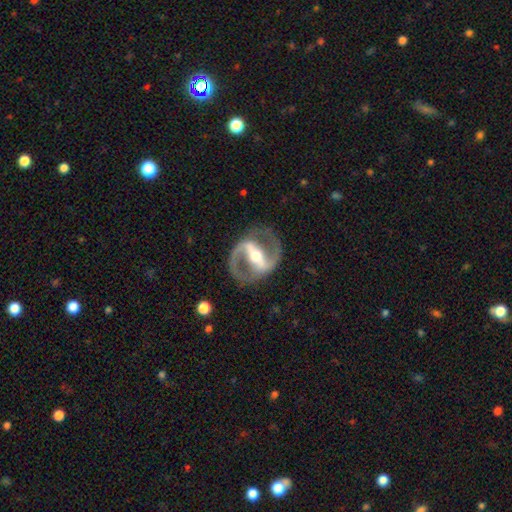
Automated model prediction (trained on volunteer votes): Smooth or featured?
  - featured or disk: 91% *
  - smooth: 5%
  - star or artifact: 4%
Edge-on disk?
  - no: 96% *
  - yes: 4%
Bar?
  - strong: 75% *
  - weak: 17%
  - no: 7%
Spiral arms?
  - yes: 91% *
  - no: 9%
Spiral winding?
  - medium: 59% *
  - tight: 21%
  - loose: 20%
Spiral arm count?
  - 2: 93% *
  - can't tell: 2%
  - 1: 2%
  - 3: 1%
  - 4: 1%
  - more than 4: 1%
Bulge size?
  - moderate: 66% *
  - small: 24%
  - large: 8%
  - none: 1%
  - dominant: 1%
Merging?
  - none: 83% *
  - minor disturbance: 10%
  - major disturbance: 6%
  - merger: 1%